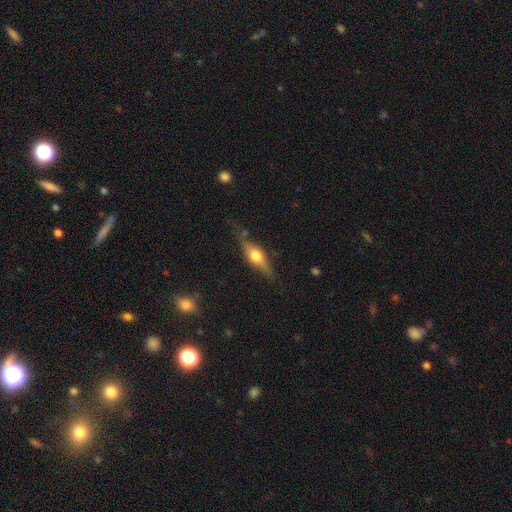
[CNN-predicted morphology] type=featured or disk (55%); edge-on=yes (90%); merging=none (72%).